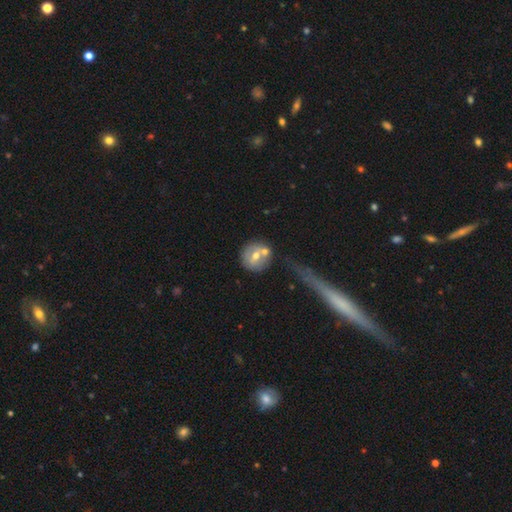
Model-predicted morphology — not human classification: Q: Smooth or featured?
A: smooth (52%); runner-up: featured or disk (40%)
Q: How rounded?
A: round (90%); runner-up: in between (9%)
Q: Merging?
A: none (56%); runner-up: merger (27%)